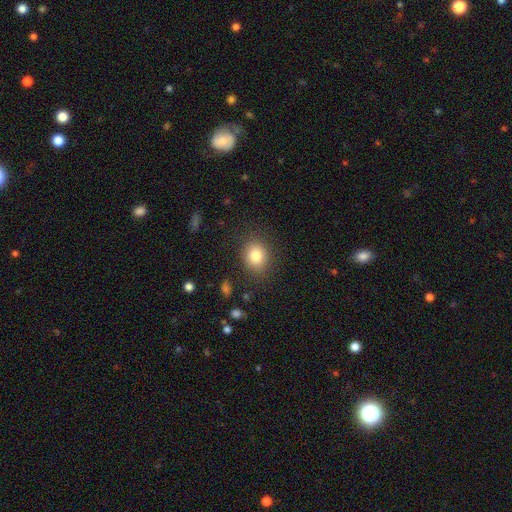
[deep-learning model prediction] Smooth or featured: smooth — 82% (star or artifact — 10%)
How rounded: round — 59% (in between — 40%)
Merging: none — 85% (minor disturbance — 10%)